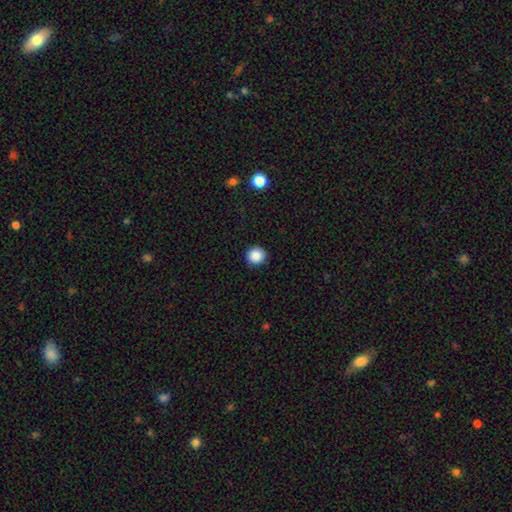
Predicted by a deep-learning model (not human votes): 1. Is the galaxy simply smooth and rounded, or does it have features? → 88% smooth, 10% star or artifact, 3% featured or disk.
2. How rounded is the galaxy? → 94% round, 5% in between, 1% cigar-shaped.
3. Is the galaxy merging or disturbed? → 91% none, 6% minor disturbance, 2% major disturbance, 1% merger.